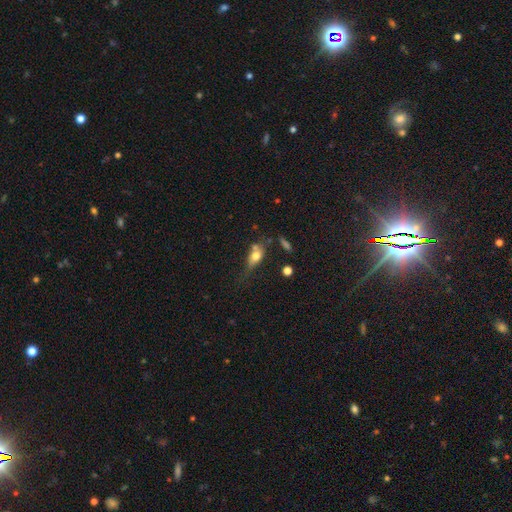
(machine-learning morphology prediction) The model was most divided on "merging": none: 43%, minor disturbance: 26%, merger: 17%, major disturbance: 14%. More confident: how rounded — in between (69%); smooth or featured — smooth (62%).